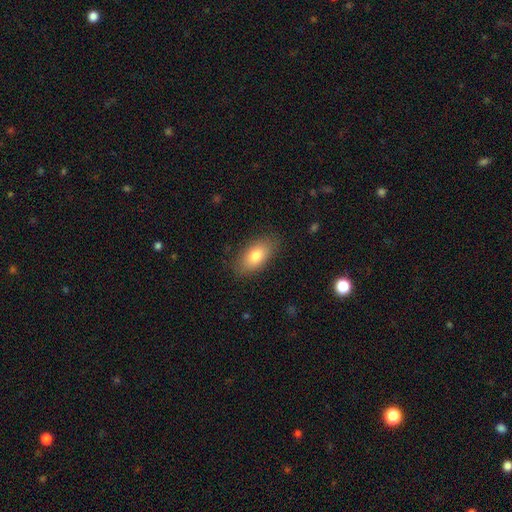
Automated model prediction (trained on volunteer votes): Smooth or featured? smooth (79%)
How rounded? in between (90%)
Merging? none (84%)